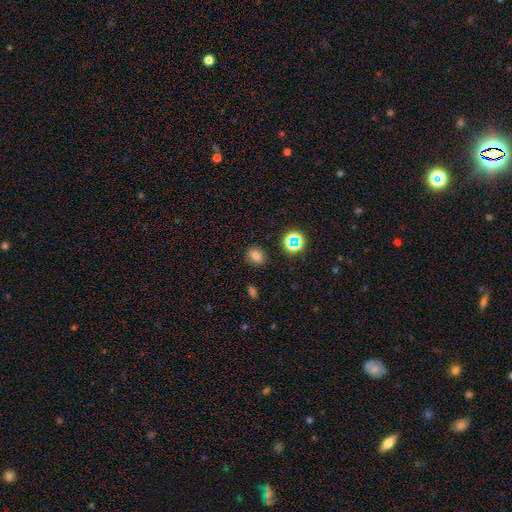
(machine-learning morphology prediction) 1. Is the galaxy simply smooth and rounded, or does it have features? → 72% smooth, 19% star or artifact, 9% featured or disk.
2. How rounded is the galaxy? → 53% in between, 46% round, 1% cigar-shaped.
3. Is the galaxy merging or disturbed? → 85% none, 10% minor disturbance, 3% major disturbance, 2% merger.